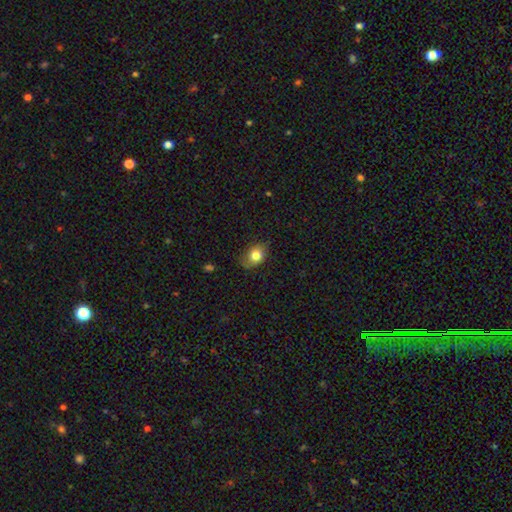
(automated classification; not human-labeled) Overall: smooth (77%). How rounded: in between (67%; round 32%). Merging: none (70%).